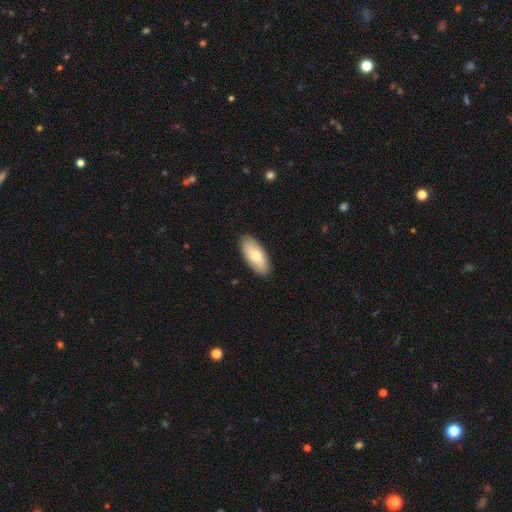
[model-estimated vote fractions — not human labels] Morphology: type=smooth (75%); roundness=in between (87%); merging=none (89%).